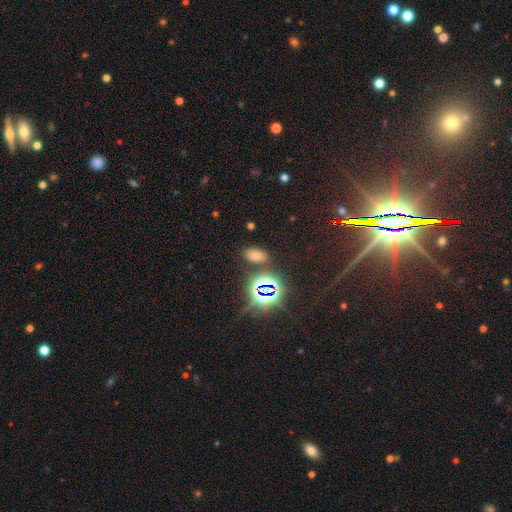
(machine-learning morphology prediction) This is possibly a smooth galaxy (54%). How rounded: clearly in between (90%). Merging: clearly none (83%).